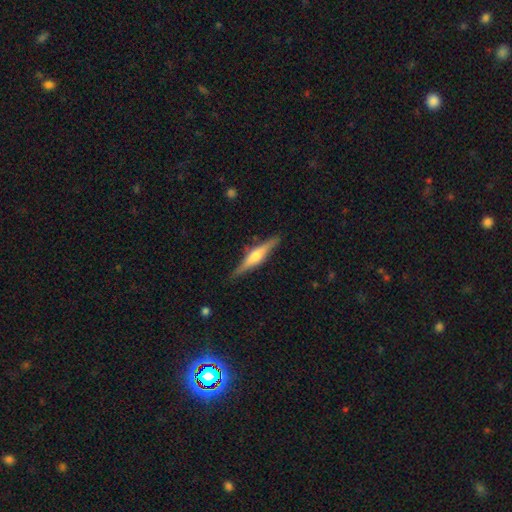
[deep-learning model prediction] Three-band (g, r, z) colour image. It shows a featured or disk galaxy (68%) viewed edge-on (97%) with a rounded central bulge (83%). Merging: none (86%).